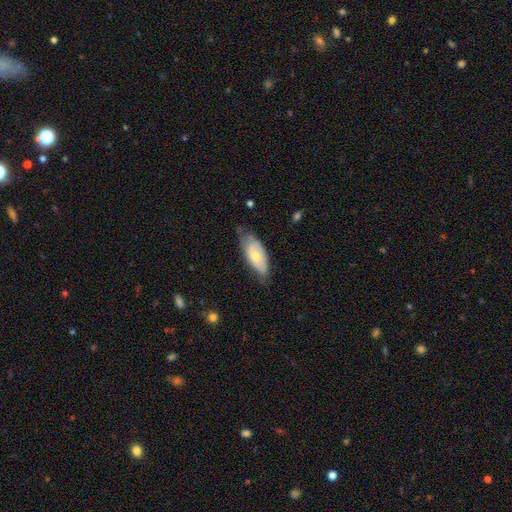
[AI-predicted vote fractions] Smooth or featured? smooth (54%)
How rounded? in between (87%)
Merging? none (52%)